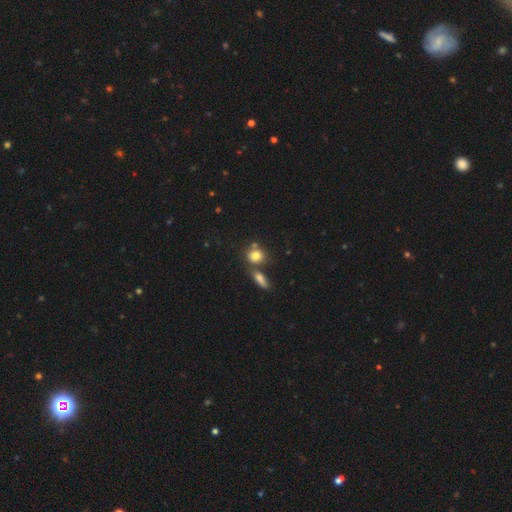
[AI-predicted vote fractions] A smooth galaxy with no disk features (78%) that is round (72%). Merging: none (53%).